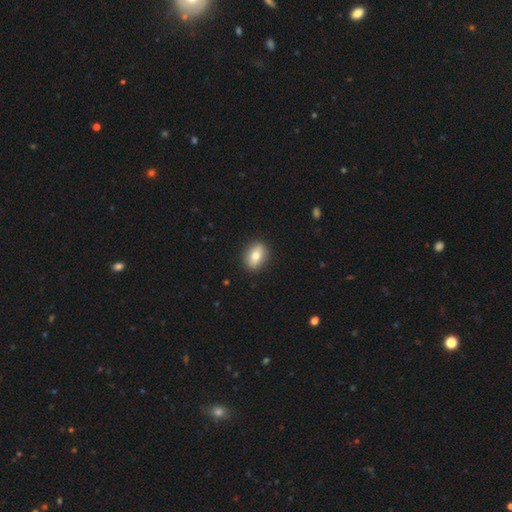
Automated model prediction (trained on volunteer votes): Q: Smooth or featured?
A: smooth (74%); runner-up: featured or disk (18%)
Q: How rounded?
A: in between (76%); runner-up: round (20%)
Q: Merging?
A: none (89%); runner-up: minor disturbance (8%)